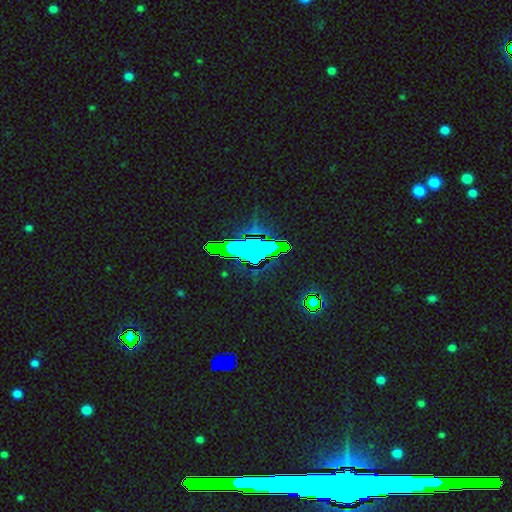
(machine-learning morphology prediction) Overall: star or artifact (78%).